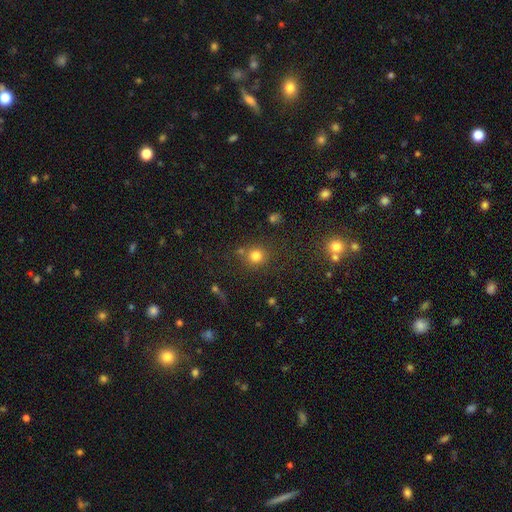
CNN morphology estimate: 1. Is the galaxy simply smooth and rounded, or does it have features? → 77% smooth, 16% star or artifact, 7% featured or disk.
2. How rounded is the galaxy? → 89% round, 10% in between, 1% cigar-shaped.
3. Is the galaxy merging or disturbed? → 76% none, 10% merger, 10% minor disturbance, 5% major disturbance.